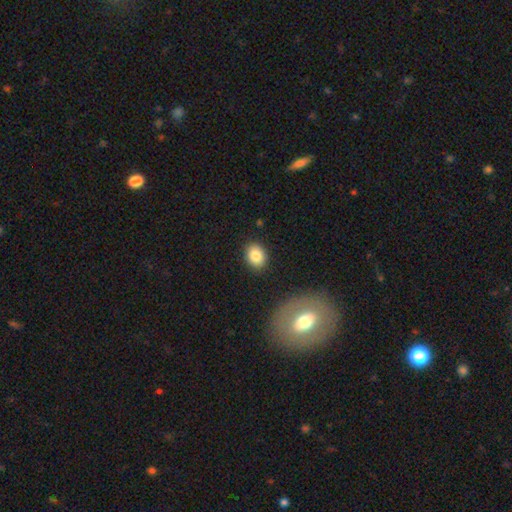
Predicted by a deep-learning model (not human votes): Smooth or featured?
  - smooth: 85% *
  - star or artifact: 8%
  - featured or disk: 6%
How rounded?
  - in between: 59% *
  - round: 40%
  - cigar-shaped: 1%
Merging?
  - none: 87% *
  - minor disturbance: 8%
  - major disturbance: 2%
  - merger: 2%